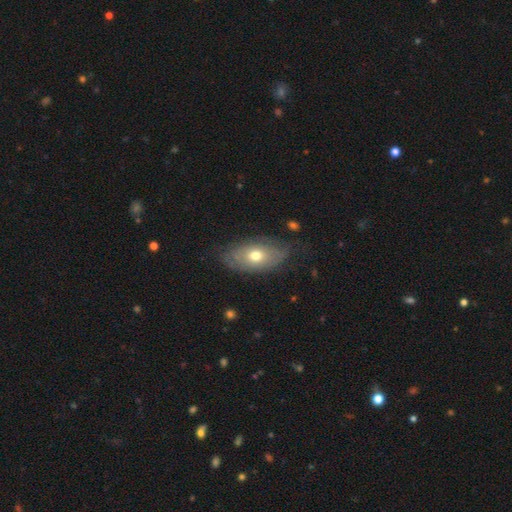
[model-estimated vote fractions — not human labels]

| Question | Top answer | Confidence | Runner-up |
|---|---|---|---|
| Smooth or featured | smooth | 51% | featured or disk (42%) |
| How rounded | in between | 90% | round (6%) |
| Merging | none | 70% | minor disturbance (21%) |